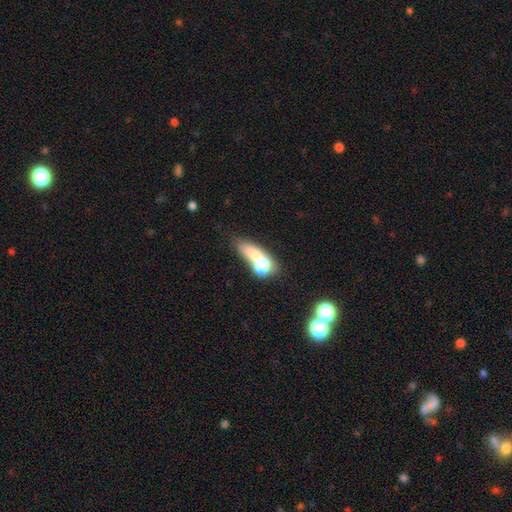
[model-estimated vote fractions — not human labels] This appears to be a smooth galaxy with no disk features (61%) that is in between round and cigar-shaped (51%). Merging: merger (39%).